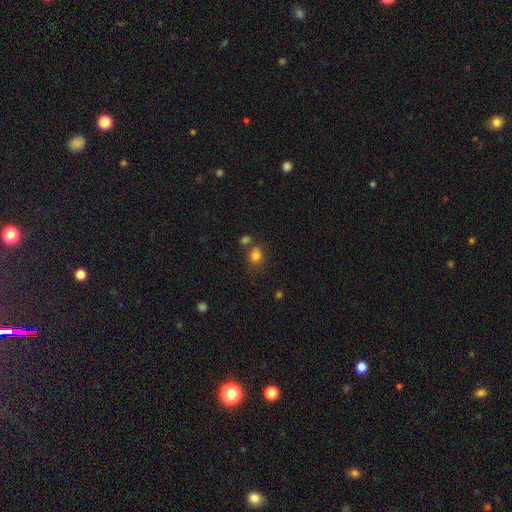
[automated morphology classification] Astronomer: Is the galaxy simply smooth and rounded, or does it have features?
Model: smooth — 80%.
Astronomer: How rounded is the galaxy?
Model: in between — 52% (runner-up: round, 47%).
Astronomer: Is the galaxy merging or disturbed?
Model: none — 58%.